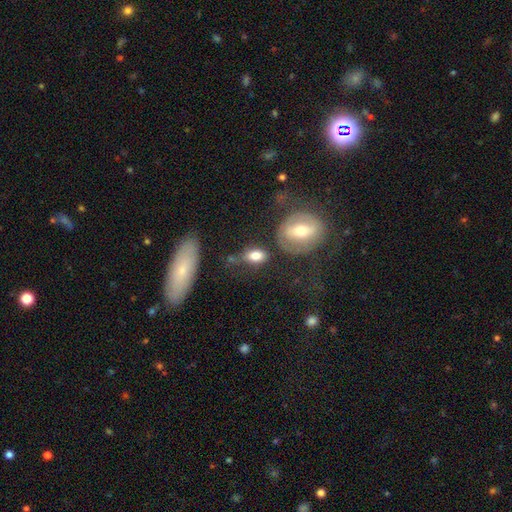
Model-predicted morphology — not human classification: smooth_or_featured: smooth (p=0.77) [alt: featured or disk p=0.15]
how_rounded: in between (p=0.81) [alt: round p=0.14]
merging: none (p=0.44) [alt: minor disturbance p=0.25]